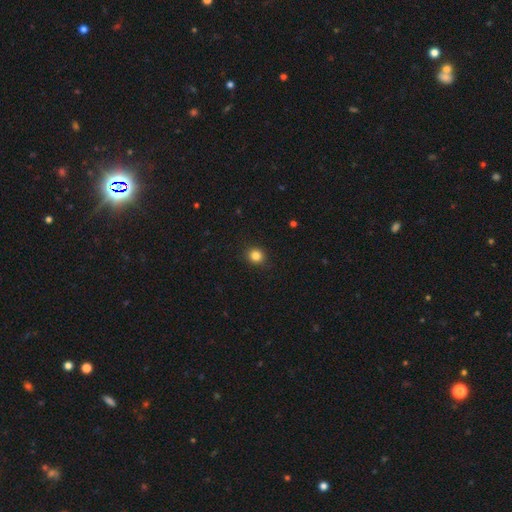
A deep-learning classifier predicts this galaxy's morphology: A smooth galaxy with no disk features (84%) that is round (84%). Merging: none (91%).